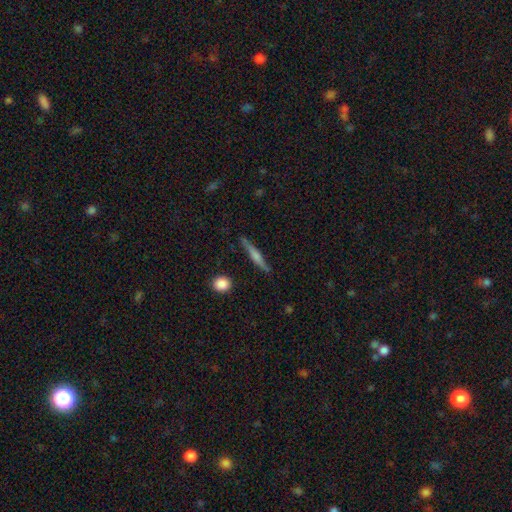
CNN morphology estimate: type=featured or disk (53%); edge-on=yes (95%); edge-on bulge=rounded (61%); merging=none (83%).